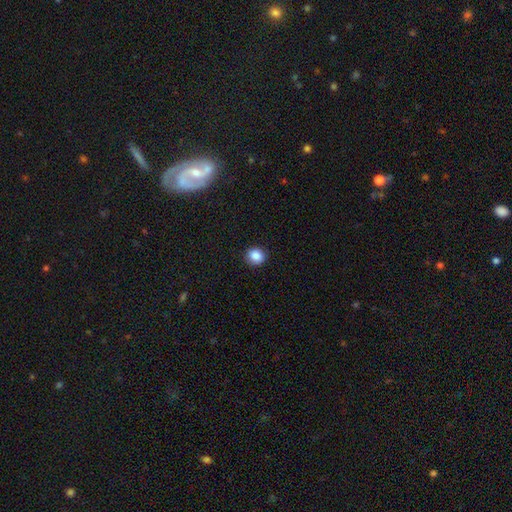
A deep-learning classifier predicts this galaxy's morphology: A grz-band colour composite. It shows a smooth galaxy with no disk features (87%) that is round (83%). Merging: none (91%).